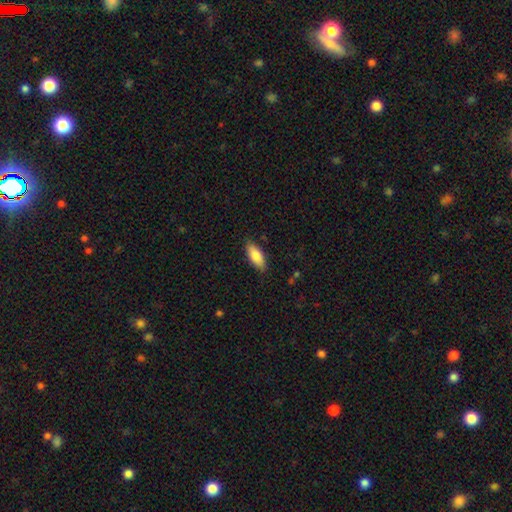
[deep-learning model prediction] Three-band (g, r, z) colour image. It shows a smooth galaxy with no disk features (81%) that is in between round and cigar-shaped (80%). Merging: none (86%).